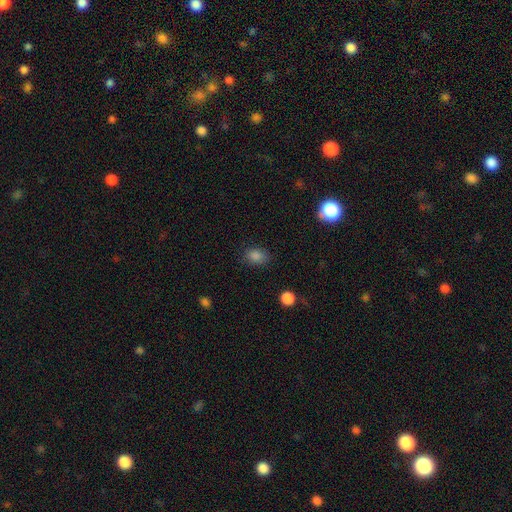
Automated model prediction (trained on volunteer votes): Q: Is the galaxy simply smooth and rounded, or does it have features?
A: smooth — 83%.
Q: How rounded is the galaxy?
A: in between — 70%.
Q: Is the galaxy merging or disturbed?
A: none — 79%.